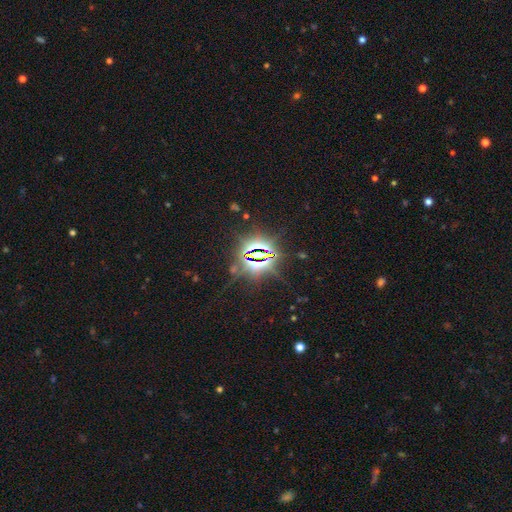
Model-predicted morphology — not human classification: A star or artifact, not a galaxy (83%).